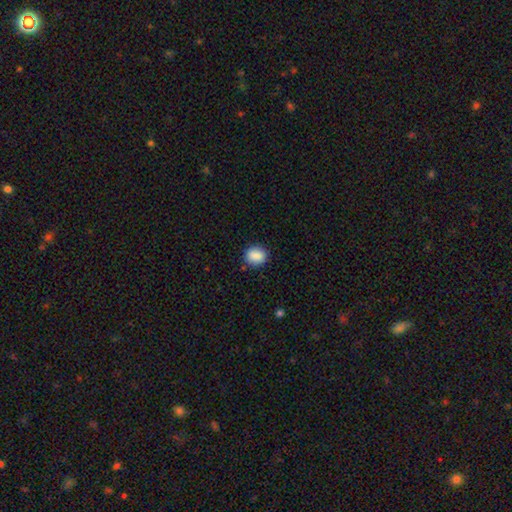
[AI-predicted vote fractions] Smooth or featured: smooth — 87% (star or artifact — 8%)
How rounded: round — 62% (in between — 37%)
Merging: none — 87% (minor disturbance — 10%)